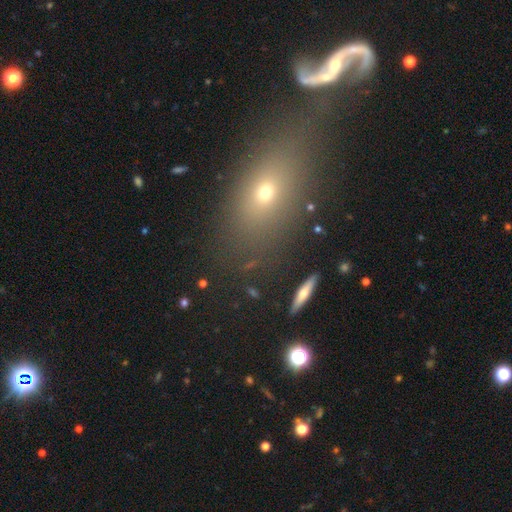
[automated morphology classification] Q: Smooth or featured?
A: smooth (46%); runner-up: featured or disk (30%)
Q: Merging?
A: none (71%); runner-up: minor disturbance (11%)